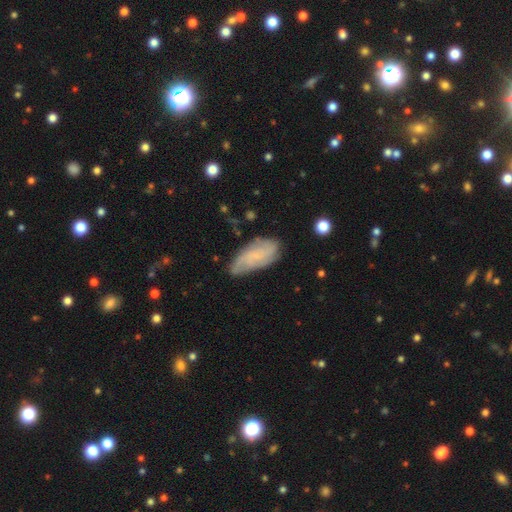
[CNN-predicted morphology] The model was most divided on "smooth or featured": featured or disk: 53%, smooth: 39%, star or artifact: 8%. More confident: edge-on disk — no (93%); merging — none (64%).